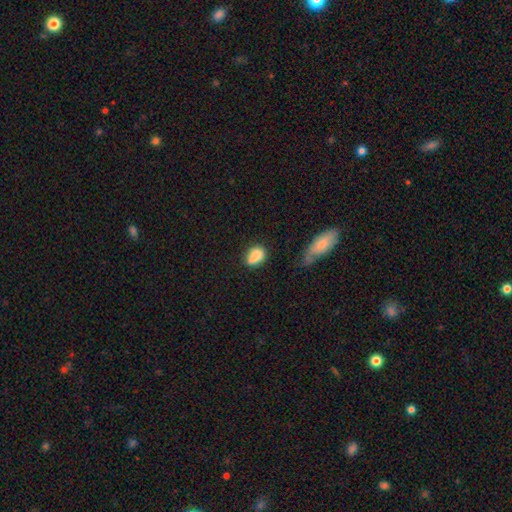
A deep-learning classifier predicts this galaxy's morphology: Smooth or featured? smooth (86%)
How rounded? in between (78%)
Merging? none (61%)